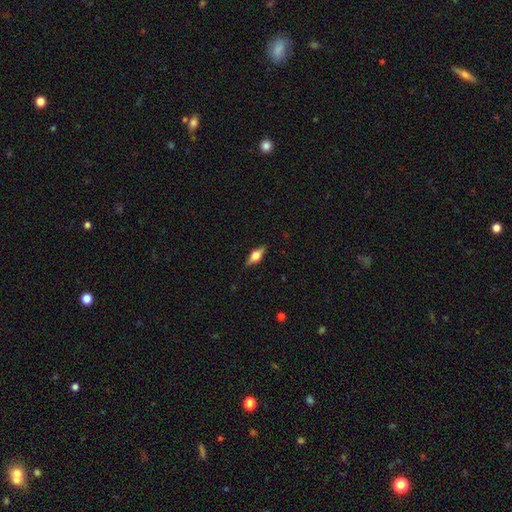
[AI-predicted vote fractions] This appears to be a featured or disk galaxy (53%) viewed edge-on (93%). Merging: none (87%).